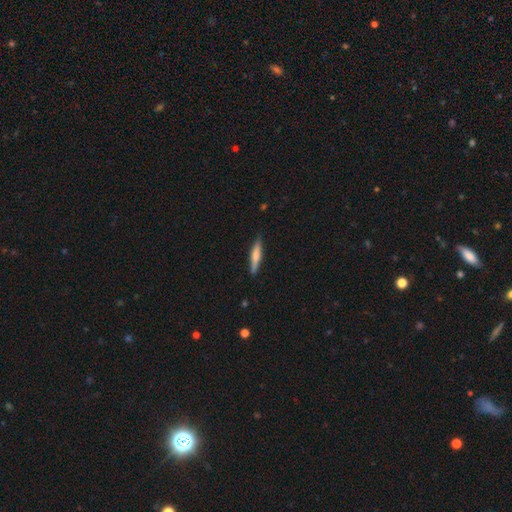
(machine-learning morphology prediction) smooth 56%, featured or disk 38%, star or artifact 6%. Down the decision tree: how rounded — cigar-shaped (88%); merging — none (87%).